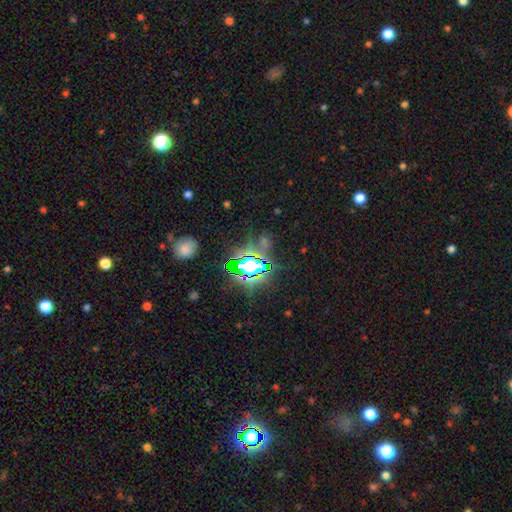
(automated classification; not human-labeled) Q: Smooth or featured?
A: star or artifact (82%); runner-up: smooth (11%)